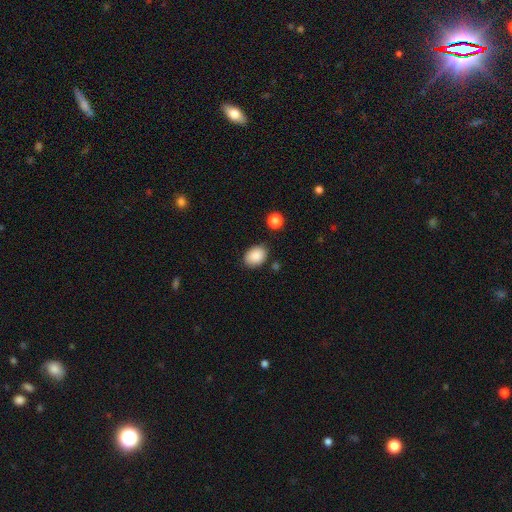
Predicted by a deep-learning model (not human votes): A smooth galaxy with no disk features (88%) that is in between round and cigar-shaped (71%). Merging: none (81%).